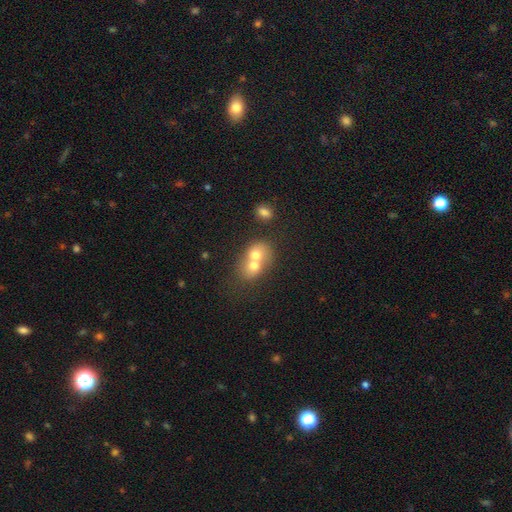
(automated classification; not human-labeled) Smooth or featured?
  - smooth: 65% *
  - featured or disk: 25%
  - star or artifact: 10%
How rounded?
  - round: 54% *
  - in between: 45%
  - cigar-shaped: 1%
Merging?
  - merger: 75% *
  - none: 17%
  - minor disturbance: 5%
  - major disturbance: 3%